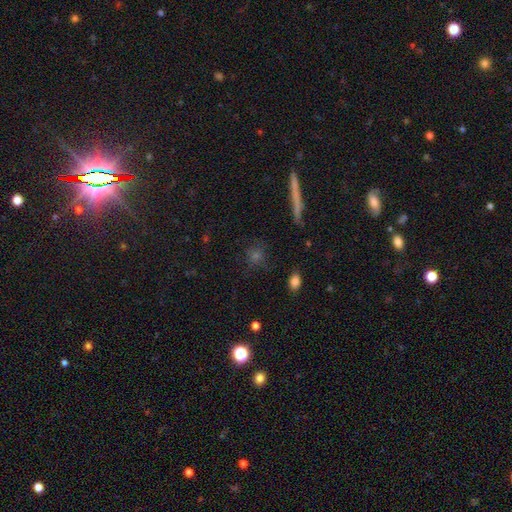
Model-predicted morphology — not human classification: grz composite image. It shows a smooth galaxy with no disk features (53%) that is round (73%). Merging: none (84%).